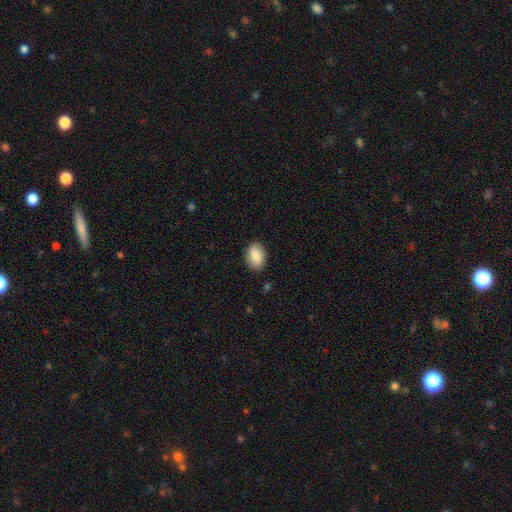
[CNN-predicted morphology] smooth-or-featured: smooth: 87% | star or artifact: 6% | featured or disk: 6%
  how-rounded: in between: 89% | round: 9% | cigar-shaped: 1%
  merging: none: 86% | minor disturbance: 10% | major disturbance: 2% | merger: 1%